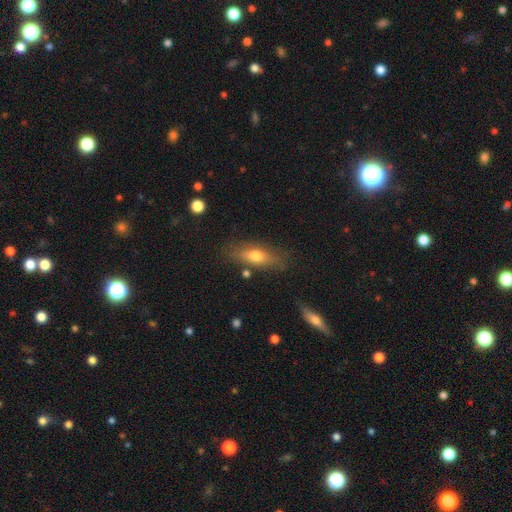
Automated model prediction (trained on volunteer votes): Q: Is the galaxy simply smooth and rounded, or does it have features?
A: smooth — 65%.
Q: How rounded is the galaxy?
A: in between — 62%.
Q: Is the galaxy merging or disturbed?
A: none — 77%.